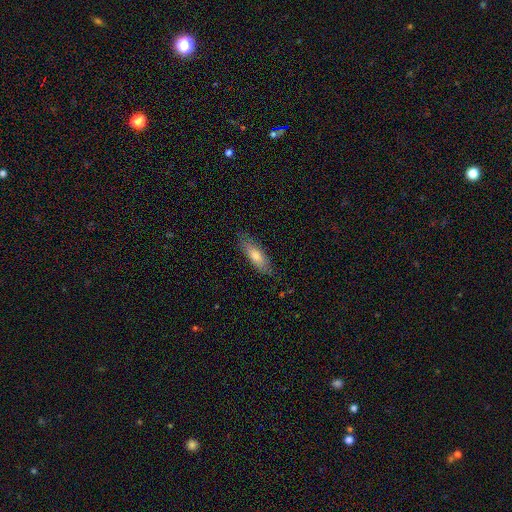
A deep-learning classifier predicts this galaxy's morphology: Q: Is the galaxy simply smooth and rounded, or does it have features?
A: smooth — 69%.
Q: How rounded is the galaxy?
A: cigar-shaped — 50%.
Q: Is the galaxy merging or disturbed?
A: none — 79%.